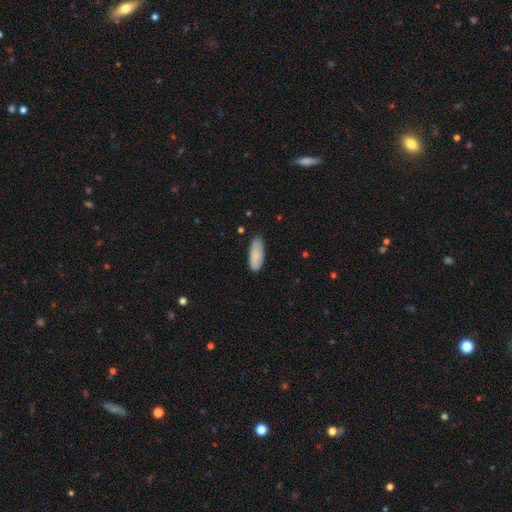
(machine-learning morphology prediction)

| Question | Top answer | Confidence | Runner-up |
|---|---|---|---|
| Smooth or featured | smooth | 87% | featured or disk (8%) |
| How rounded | in between | 77% | cigar-shaped (21%) |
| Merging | none | 79% | minor disturbance (17%) |